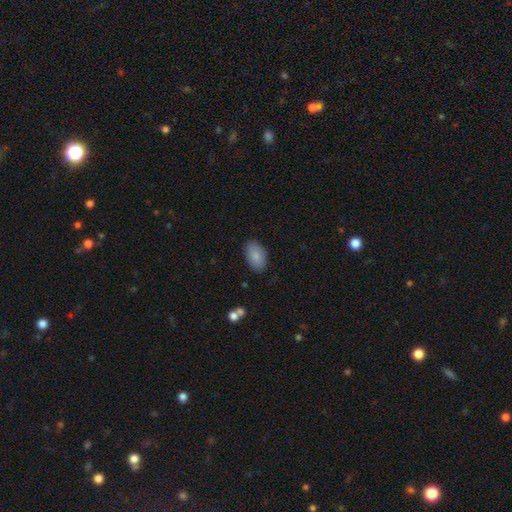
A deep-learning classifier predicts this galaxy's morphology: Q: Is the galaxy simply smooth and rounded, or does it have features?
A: smooth — 86%.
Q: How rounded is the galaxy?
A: in between — 93%.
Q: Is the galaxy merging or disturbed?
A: none — 85%.